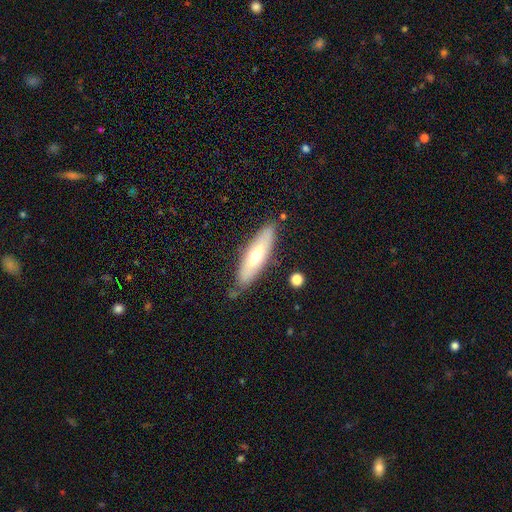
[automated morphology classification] smooth-or-featured: smooth: 54% | featured or disk: 39% | star or artifact: 6%
  how-rounded: cigar-shaped: 57% | in between: 41% | round: 2%
  merging: none: 79% | minor disturbance: 15% | major disturbance: 3% | merger: 3%